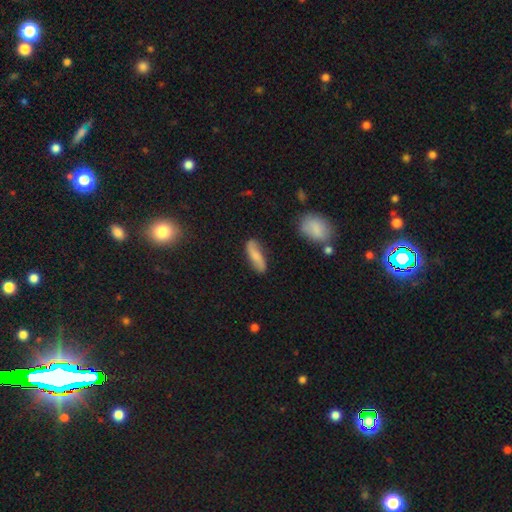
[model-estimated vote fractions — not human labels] smooth_or_featured: smooth (p=0.62) [alt: featured or disk p=0.31]
how_rounded: cigar-shaped (p=0.51) [alt: in between p=0.46]
merging: none (p=0.78) [alt: minor disturbance p=0.16]